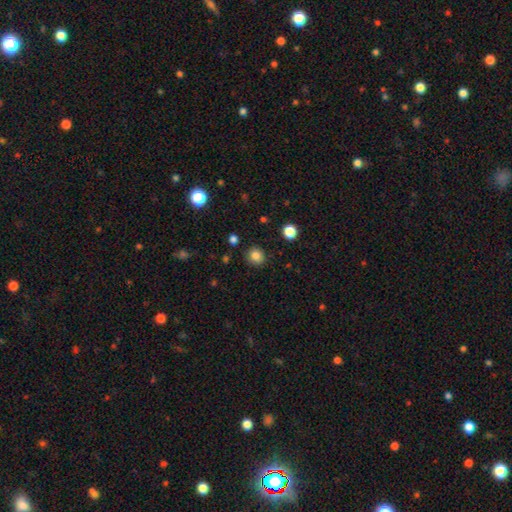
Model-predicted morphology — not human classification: A smooth galaxy with no disk features (83%) that is round (89%).

Vote fractions:
- Smooth or featured? smooth: 83% / star or artifact: 12% / featured or disk: 5%
- How rounded? round: 89% / in between: 10% / cigar-shaped: 1%
- Merging? none: 89% / minor disturbance: 7% / major disturbance: 2% / merger: 2%